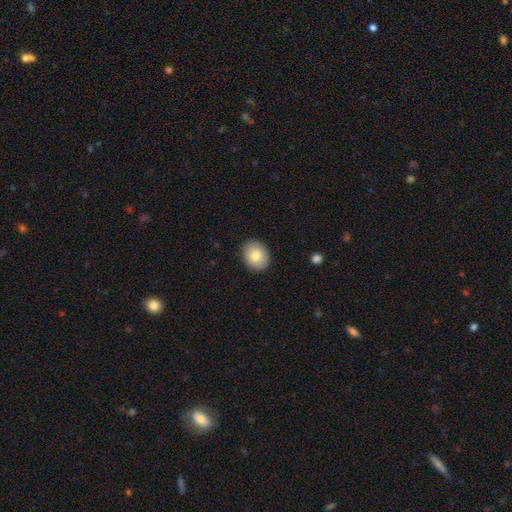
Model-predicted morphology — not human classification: smooth_or_featured: smooth (p=0.80) [alt: featured or disk p=0.13]
how_rounded: in between (p=0.52) [alt: round p=0.47]
merging: none (p=0.89) [alt: minor disturbance p=0.08]